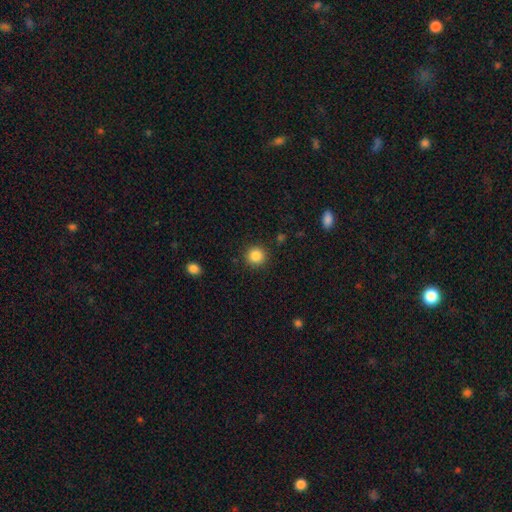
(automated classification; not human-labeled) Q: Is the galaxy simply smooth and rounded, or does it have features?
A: smooth — 86%.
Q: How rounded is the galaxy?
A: round — 94%.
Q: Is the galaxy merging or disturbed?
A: none — 91%.